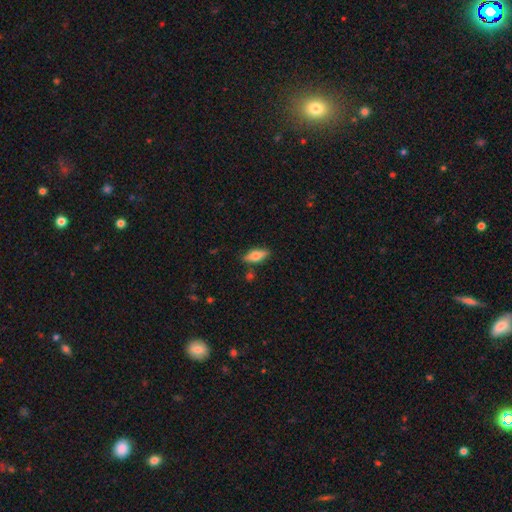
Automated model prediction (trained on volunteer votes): A smooth galaxy with no disk features (67%) that is in between round and cigar-shaped (68%).

Vote fractions:
- Smooth or featured? smooth: 67% / featured or disk: 26% / star or artifact: 7%
- How rounded? in between: 68% / cigar-shaped: 29% / round: 3%
- Merging? none: 81% / minor disturbance: 12% / merger: 4% / major disturbance: 3%